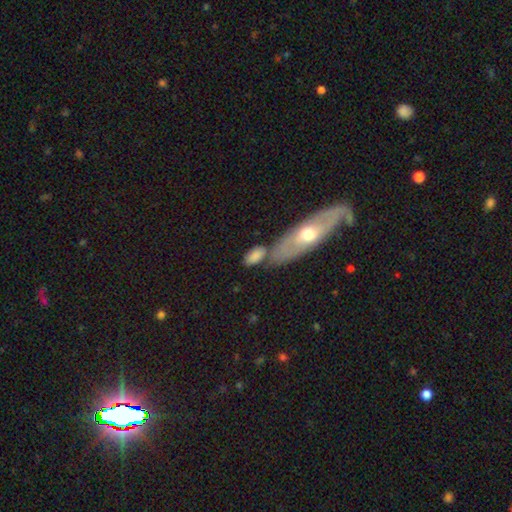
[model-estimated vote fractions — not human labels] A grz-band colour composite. It shows a smooth galaxy with no disk features (76%) that is in between round and cigar-shaped (85%). Merging: none (49%).